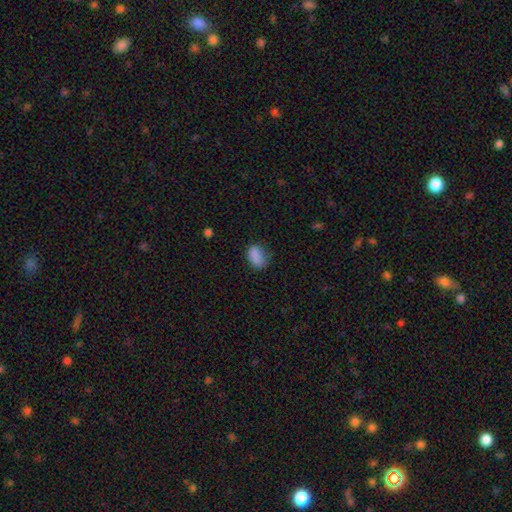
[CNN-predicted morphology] The model was most divided on "merging": none: 63%, minor disturbance: 28%, major disturbance: 8%, merger: 2%. More confident: smooth or featured — smooth (85%); how rounded — in between (84%).